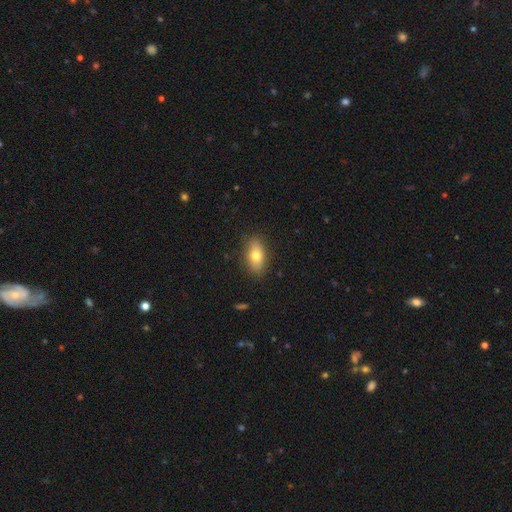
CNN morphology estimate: Smooth or featured? smooth (73%)
How rounded? in between (84%)
Merging? none (86%)